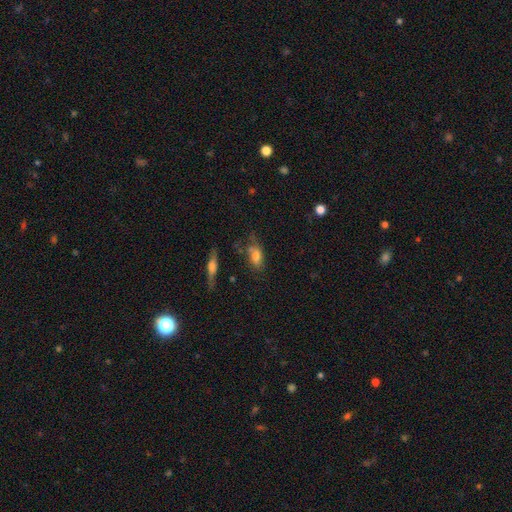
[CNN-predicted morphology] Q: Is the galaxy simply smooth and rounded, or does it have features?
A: smooth — 72%.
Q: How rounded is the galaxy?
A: in between — 80%.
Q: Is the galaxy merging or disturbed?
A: none — 58%.